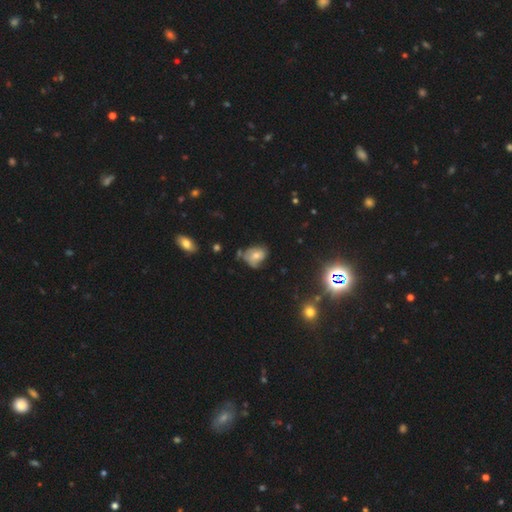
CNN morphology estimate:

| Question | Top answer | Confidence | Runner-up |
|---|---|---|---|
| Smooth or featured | smooth | 46% | featured or disk (37%) |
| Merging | none | 45% | minor disturbance (35%) |